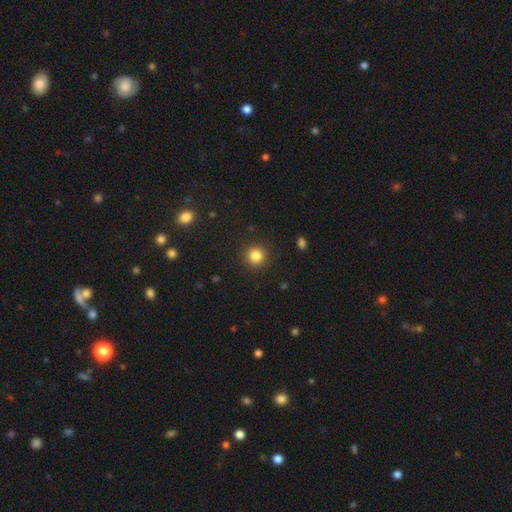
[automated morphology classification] Smooth or featured? Predicted: smooth (p=0.83). How rounded? Predicted: round (p=0.94). Merging? Predicted: none (p=0.91).